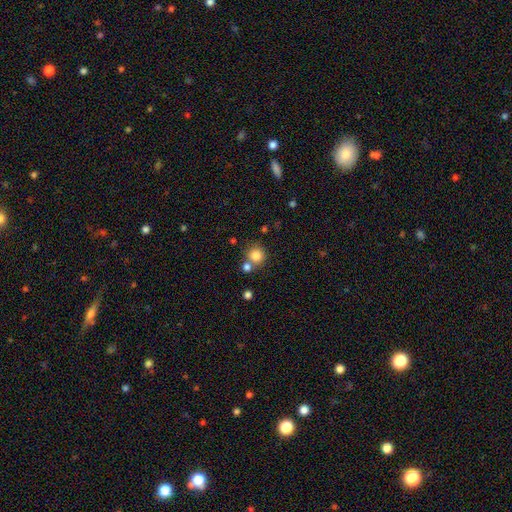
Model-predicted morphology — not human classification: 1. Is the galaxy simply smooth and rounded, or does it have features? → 83% smooth, 11% star or artifact, 6% featured or disk.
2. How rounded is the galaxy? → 90% round, 9% in between, 1% cigar-shaped.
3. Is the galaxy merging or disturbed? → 65% none, 23% merger, 9% minor disturbance, 4% major disturbance.